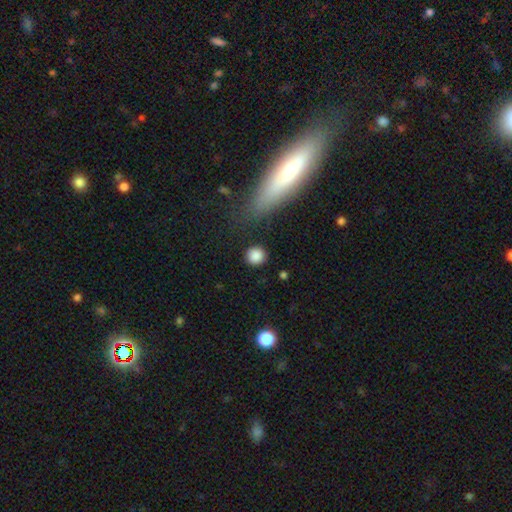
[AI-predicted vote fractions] smooth_or_featured: smooth (p=0.86) [alt: star or artifact p=0.09]
how_rounded: round (p=0.93) [alt: in between p=0.06]
merging: none (p=0.86) [alt: minor disturbance p=0.08]